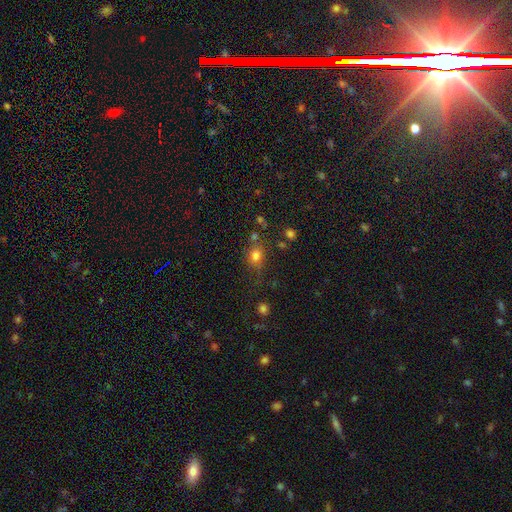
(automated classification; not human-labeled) Smooth or featured? smooth (78%)
How rounded? round (50%)
Merging? none (63%)